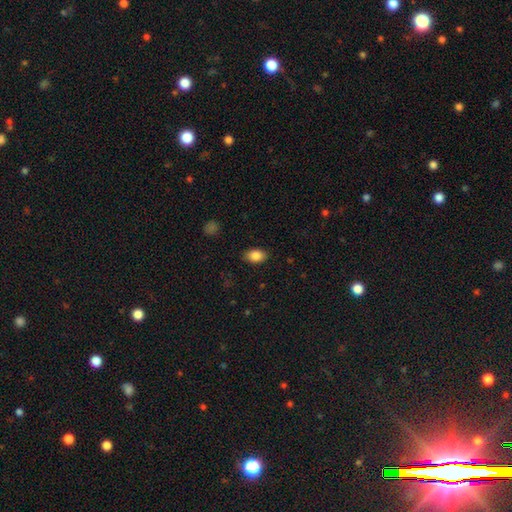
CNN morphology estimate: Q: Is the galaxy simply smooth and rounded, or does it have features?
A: smooth — 86%.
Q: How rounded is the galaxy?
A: in between — 87%.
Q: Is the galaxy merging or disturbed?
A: none — 87%.